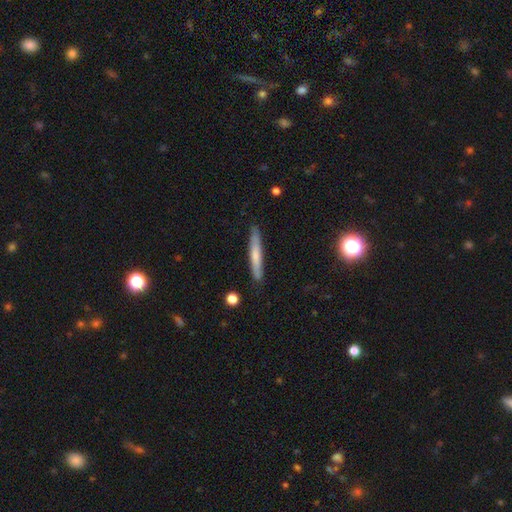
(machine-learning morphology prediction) Smooth or featured? smooth (62%)
How rounded? cigar-shaped (95%)
Merging? none (85%)